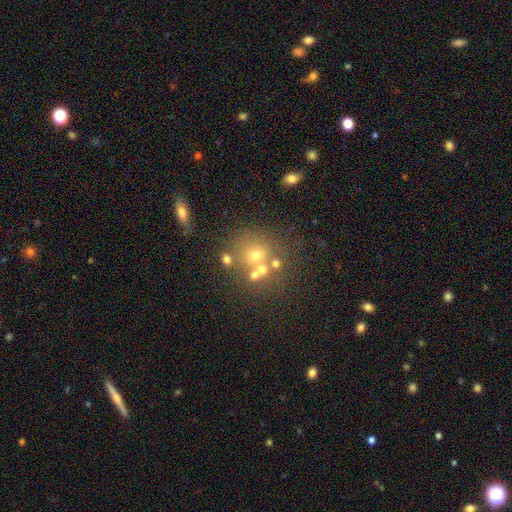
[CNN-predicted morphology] Smooth or featured? smooth (55%)
How rounded? round (85%)
Merging? none (56%)